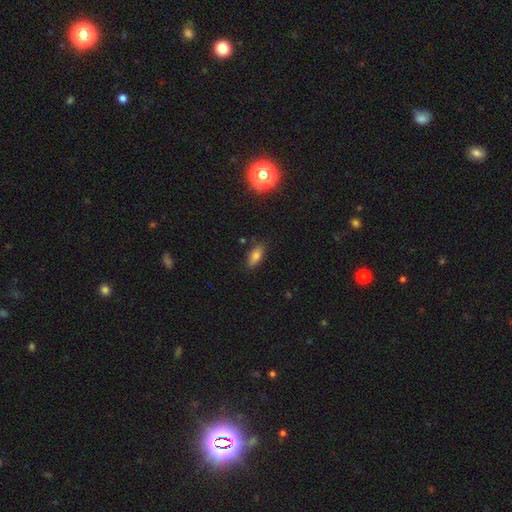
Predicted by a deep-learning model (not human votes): Smooth or featured: smooth — 78% (star or artifact — 11%)
How rounded: in between — 82% (cigar-shaped — 15%)
Merging: none — 82% (minor disturbance — 13%)